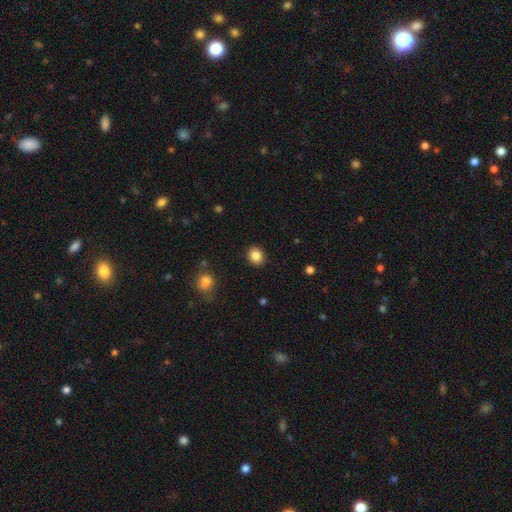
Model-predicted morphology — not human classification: This is clearly a smooth galaxy (86%). How rounded: likely round (66%). Merging: clearly none (90%).